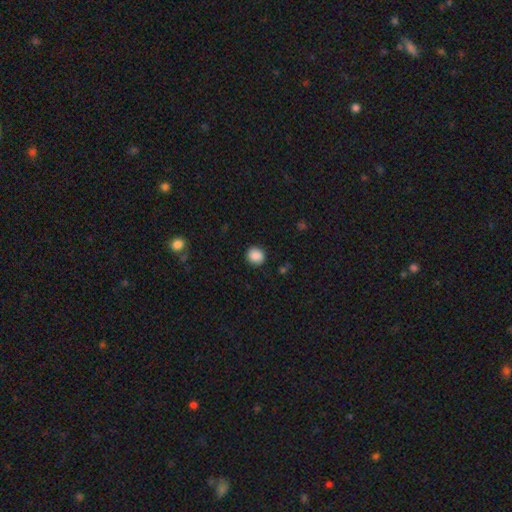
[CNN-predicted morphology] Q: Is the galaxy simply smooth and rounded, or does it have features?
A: smooth — 88%.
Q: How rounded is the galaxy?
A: round — 83%.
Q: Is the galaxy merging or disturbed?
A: none — 90%.